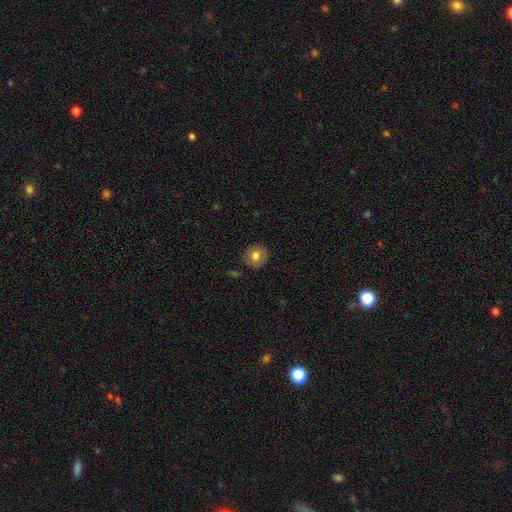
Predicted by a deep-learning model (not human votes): This appears to be a smooth galaxy with no disk features (76%) that is round (88%). Merging: none (86%).